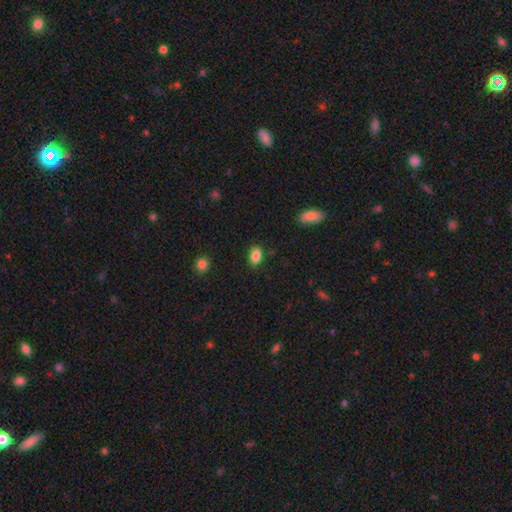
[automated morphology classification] Smooth or featured: smooth — 85% (star or artifact — 9%)
How rounded: in between — 84% (round — 15%)
Merging: none — 84% (minor disturbance — 12%)